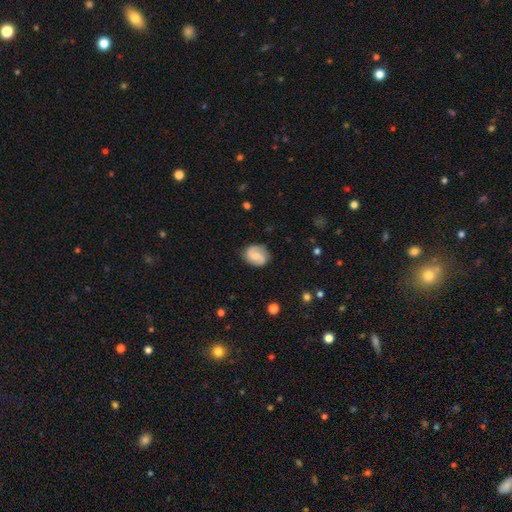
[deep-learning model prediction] This is possibly a featured or disk galaxy (60%). It is clearly not viewed edge-on (98%). Bar: marginally no (45%). Spiral arm pattern: clearly yes (91%). Spiral arm count: clearly 2 (86%). Spiral winding: marginally medium (43%). Central bulge: possibly small (49%). Merging: likely none (80%).